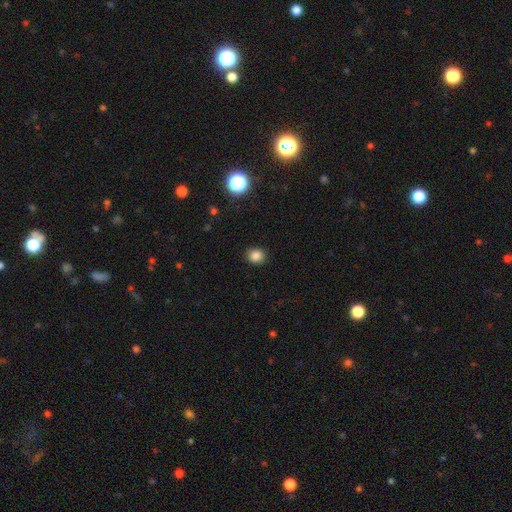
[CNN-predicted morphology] This is clearly a smooth galaxy (84%). How rounded: likely round (69%). Merging: clearly none (89%).